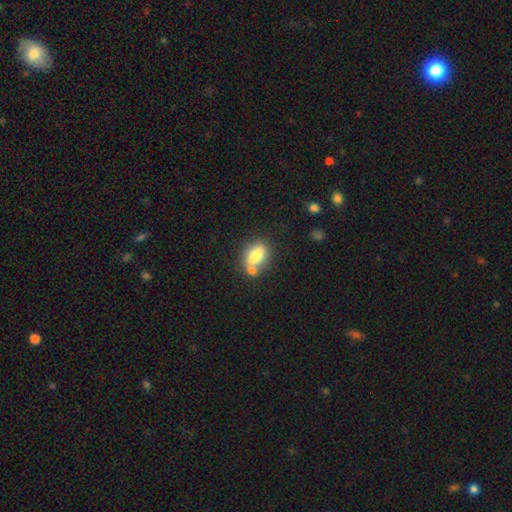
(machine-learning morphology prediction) smooth-or-featured: smooth: 78% | featured or disk: 14% | star or artifact: 8%
  how-rounded: in between: 83% | round: 12% | cigar-shaped: 5%
  merging: none: 47% | merger: 33% | minor disturbance: 15% | major disturbance: 5%